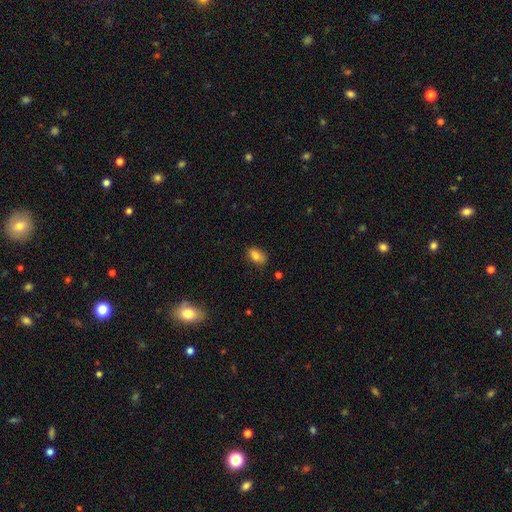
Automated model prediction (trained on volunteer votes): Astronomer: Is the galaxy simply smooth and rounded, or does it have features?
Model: smooth — 81%.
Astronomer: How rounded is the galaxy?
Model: in between — 86%.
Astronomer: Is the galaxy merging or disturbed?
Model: none — 70%.